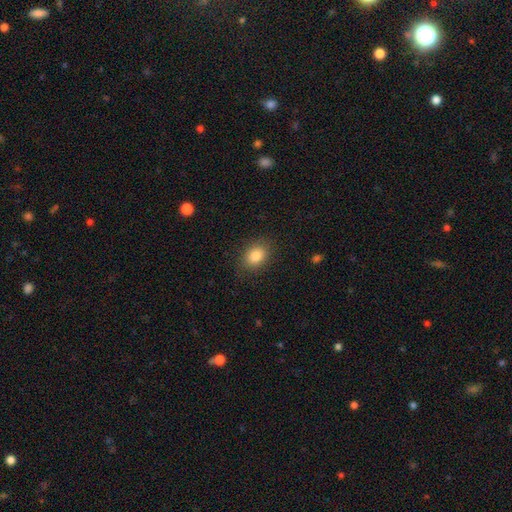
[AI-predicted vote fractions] Q: Smooth or featured?
A: smooth (85%); runner-up: star or artifact (9%)
Q: How rounded?
A: in between (68%); runner-up: round (31%)
Q: Merging?
A: none (85%); runner-up: minor disturbance (11%)